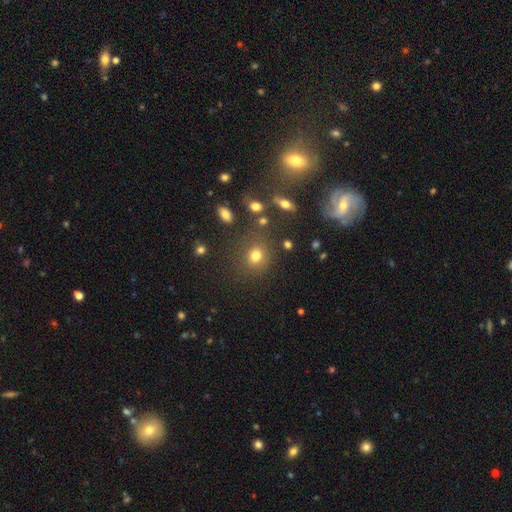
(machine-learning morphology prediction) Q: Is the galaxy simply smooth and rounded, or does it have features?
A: smooth — 75%.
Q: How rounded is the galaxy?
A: round — 76%.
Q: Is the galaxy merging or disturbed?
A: none — 78%.